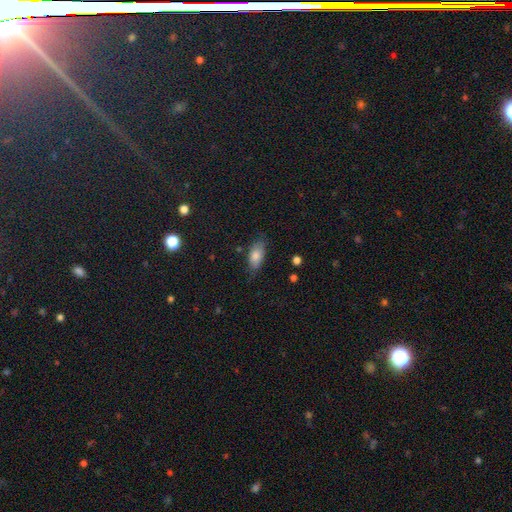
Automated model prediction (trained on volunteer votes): A smooth galaxy with no disk features (80%) that is in between round and cigar-shaped (89%).

Vote fractions:
- Smooth or featured? smooth: 80% / featured or disk: 12% / star or artifact: 8%
- How rounded? in between: 89% / cigar-shaped: 7% / round: 4%
- Merging? none: 73% / minor disturbance: 21% / major disturbance: 5% / merger: 2%